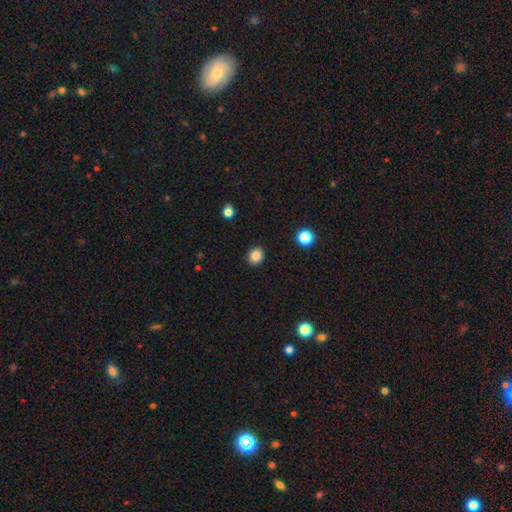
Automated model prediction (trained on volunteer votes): Smooth or featured?
  - smooth: 86% *
  - star or artifact: 11%
  - featured or disk: 4%
How rounded?
  - round: 73% *
  - in between: 26%
  - cigar-shaped: 1%
Merging?
  - none: 90% *
  - minor disturbance: 7%
  - major disturbance: 2%
  - merger: 1%